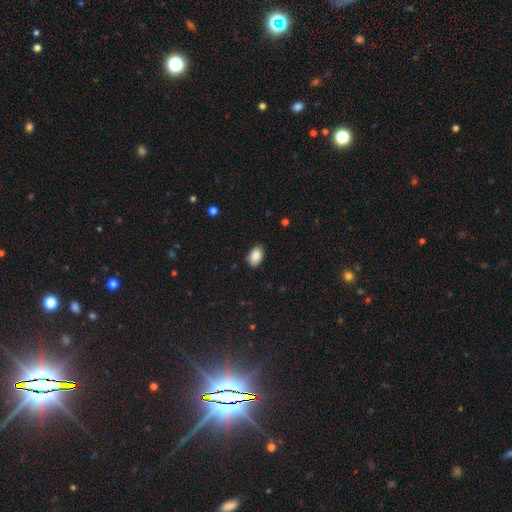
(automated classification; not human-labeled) smooth-or-featured: smooth: 89% | star or artifact: 8% | featured or disk: 4%
  how-rounded: in between: 90% | round: 9% | cigar-shaped: 1%
  merging: none: 85% | minor disturbance: 12% | major disturbance: 2% | merger: 1%